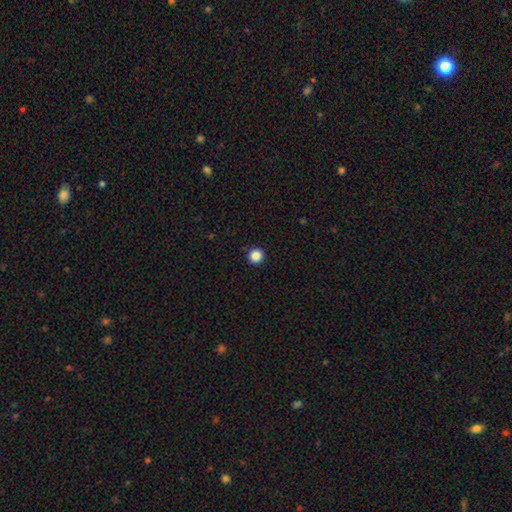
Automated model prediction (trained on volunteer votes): This is clearly a smooth galaxy (87%). How rounded: clearly round (96%). Merging: clearly none (93%).